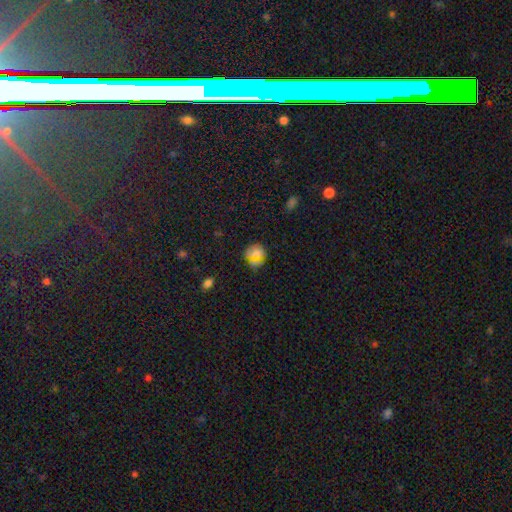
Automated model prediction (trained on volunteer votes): Morphology: type=smooth (69%); roundness=round (88%); merging=none (78%).